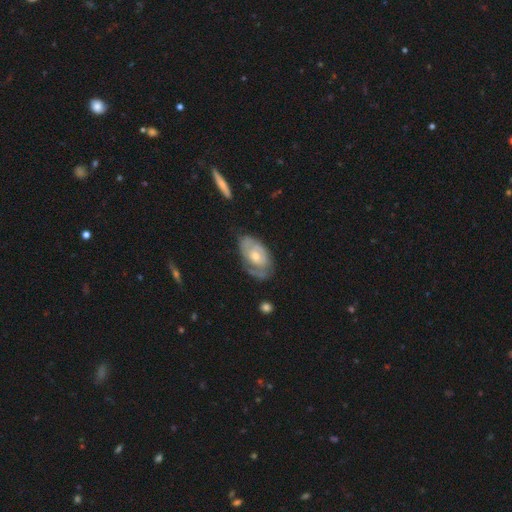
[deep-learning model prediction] Smooth or featured? featured or disk (63%)
Edge-on disk? no (93%)
Bar? no (80%)
Spiral arms? yes (62%)
Bulge size? moderate (61%)
Merging? none (51%)